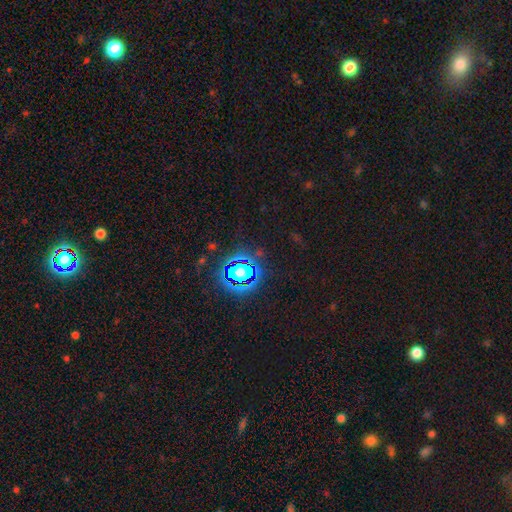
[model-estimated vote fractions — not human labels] smooth_or_featured: star or artifact (p=0.81) [alt: smooth p=0.12]